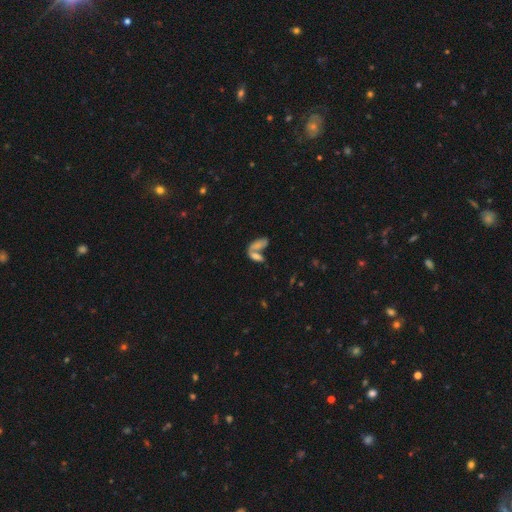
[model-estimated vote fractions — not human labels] This is likely a smooth galaxy (64%). How rounded: likely in between (73%). Merging: likely merger (64%).